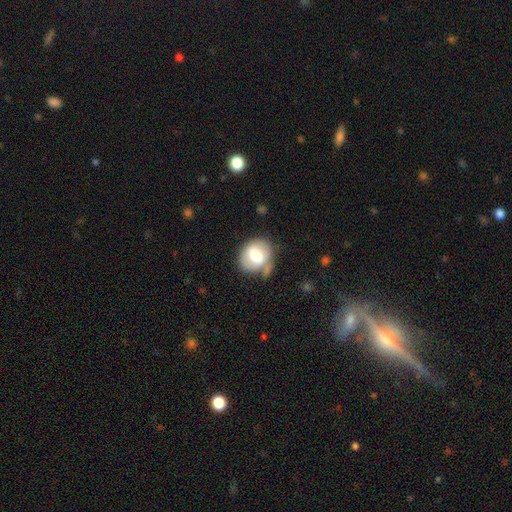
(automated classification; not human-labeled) smooth 66%, featured or disk 27%, star or artifact 7%. Down the decision tree: how rounded — round (63%); merging — none (47%).